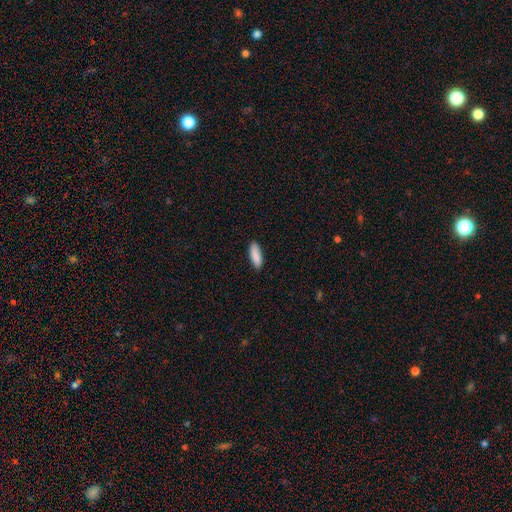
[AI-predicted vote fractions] smooth-or-featured: smooth: 90% | star or artifact: 6% | featured or disk: 4%
  how-rounded: in between: 60% | cigar-shaped: 38% | round: 2%
  merging: none: 87% | minor disturbance: 10% | major disturbance: 2% | merger: 1%